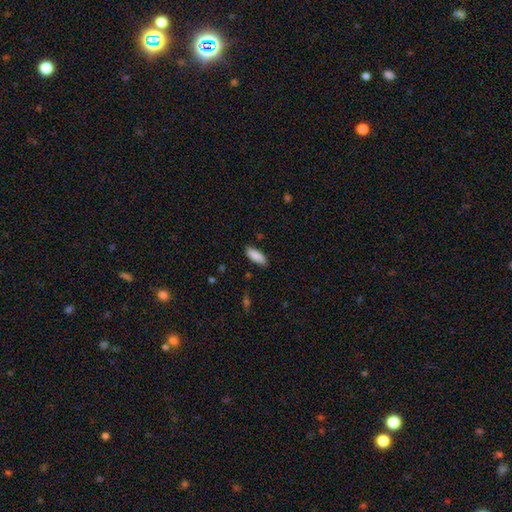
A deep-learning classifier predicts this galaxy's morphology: Overall: smooth (88%). How rounded: in between (78%). Merging: none (84%).